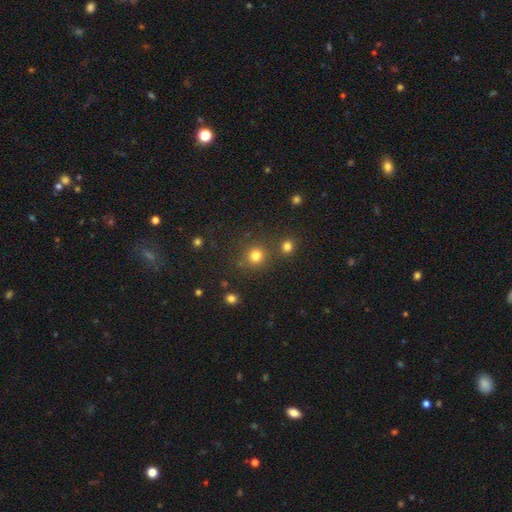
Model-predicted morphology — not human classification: Q: Smooth or featured?
A: smooth (79%); runner-up: star or artifact (16%)
Q: How rounded?
A: round (91%); runner-up: in between (8%)
Q: Merging?
A: none (78%); runner-up: merger (11%)